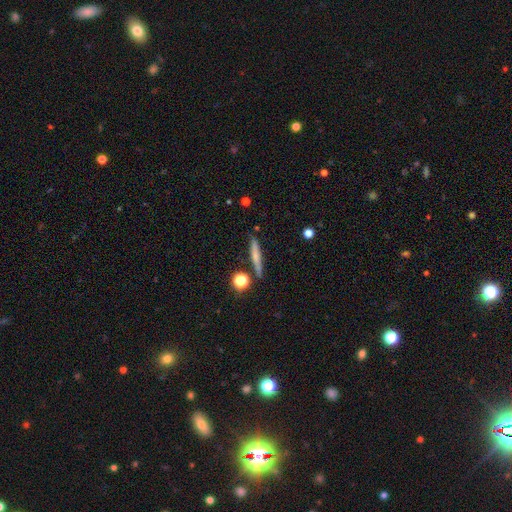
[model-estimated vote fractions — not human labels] Smooth or featured? smooth (57%)
How rounded? cigar-shaped (90%)
Merging? none (82%)